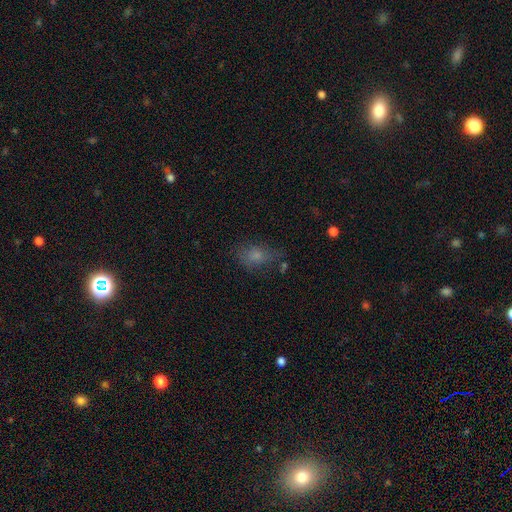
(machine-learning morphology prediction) Smooth or featured?
  - smooth: 70% *
  - star or artifact: 15%
  - featured or disk: 15%
How rounded?
  - in between: 75% *
  - round: 21%
  - cigar-shaped: 4%
Merging?
  - none: 58% *
  - minor disturbance: 24%
  - major disturbance: 14%
  - merger: 4%